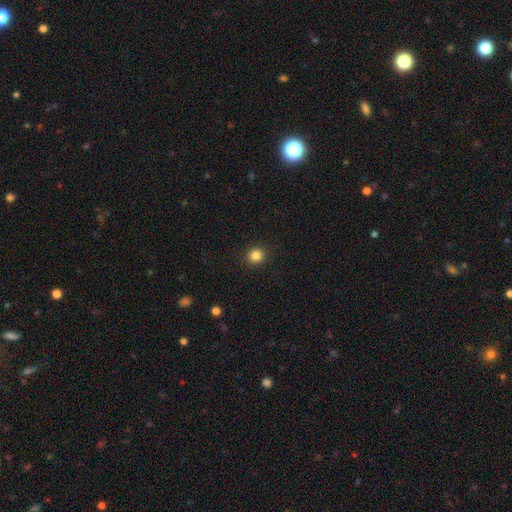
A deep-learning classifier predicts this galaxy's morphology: Overall: smooth (84%). How rounded: round (87%). Merging: none (92%).